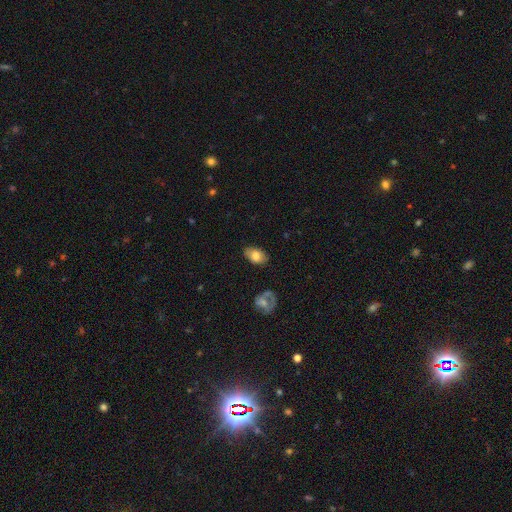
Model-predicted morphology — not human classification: A smooth galaxy with no disk features (74%) that is in between round and cigar-shaped (90%).

Vote fractions:
- Smooth or featured? smooth: 74% / featured or disk: 18% / star or artifact: 7%
- How rounded? in between: 90% / round: 9% / cigar-shaped: 2%
- Merging? none: 80% / minor disturbance: 15% / major disturbance: 3% / merger: 2%